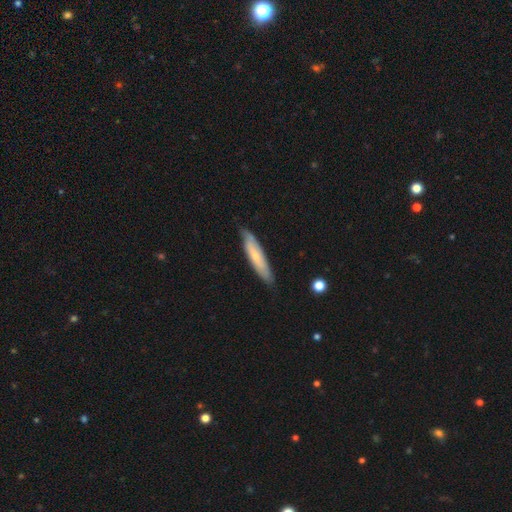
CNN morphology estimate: A smooth galaxy with no disk features (54%) that is cigar-shaped (83%).

Vote fractions:
- Smooth or featured? smooth: 54% / featured or disk: 40% / star or artifact: 6%
- How rounded? cigar-shaped: 83% / in between: 16% / round: 1%
- Merging? none: 81% / minor disturbance: 16% / major disturbance: 2% / merger: 1%